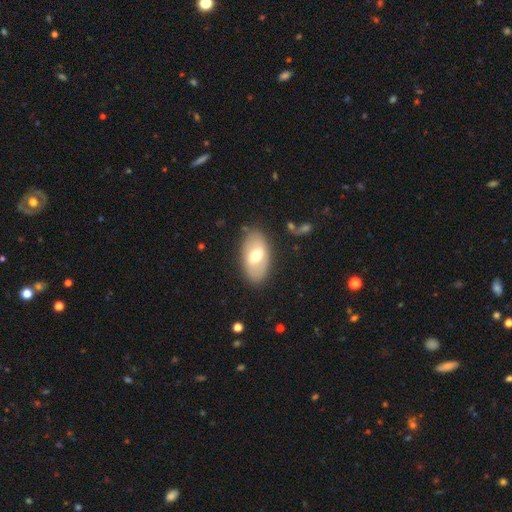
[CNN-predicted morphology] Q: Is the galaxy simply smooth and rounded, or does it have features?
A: smooth — 56%.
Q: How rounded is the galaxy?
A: in between — 92%.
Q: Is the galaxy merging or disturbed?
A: none — 80%.